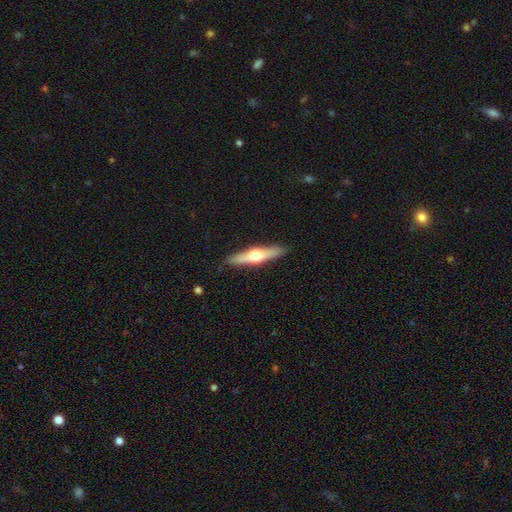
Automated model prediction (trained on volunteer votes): smooth_or_featured: featured or disk (p=0.60) [alt: smooth p=0.35]
disk_edge_on: yes (p=0.96) [alt: no p=0.04]
edge_on_bulge: rounded (p=0.94) [alt: boxy p=0.03]
merging: none (p=0.89) [alt: minor disturbance p=0.08]